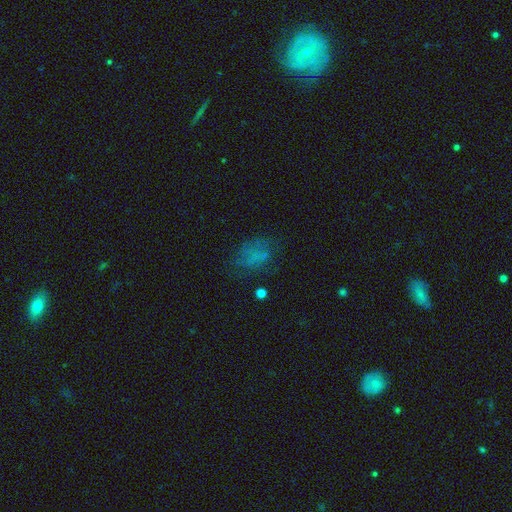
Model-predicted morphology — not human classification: Q: Smooth or featured?
A: smooth (56%); runner-up: featured or disk (22%)
Q: How rounded?
A: in between (74%); runner-up: round (24%)
Q: Merging?
A: none (55%); runner-up: minor disturbance (22%)